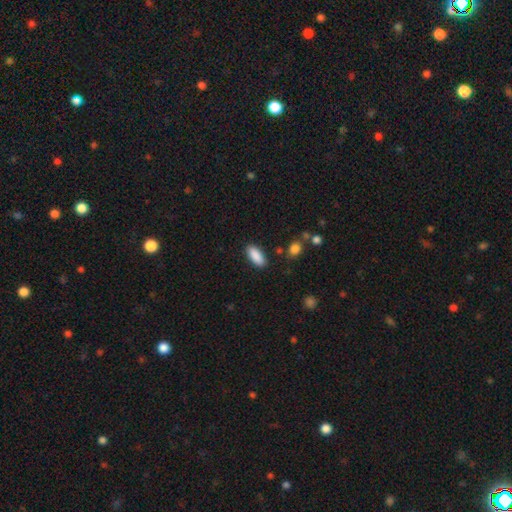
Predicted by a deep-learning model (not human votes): Morphology: type=smooth (89%); roundness=in between (82%); merging=none (87%).